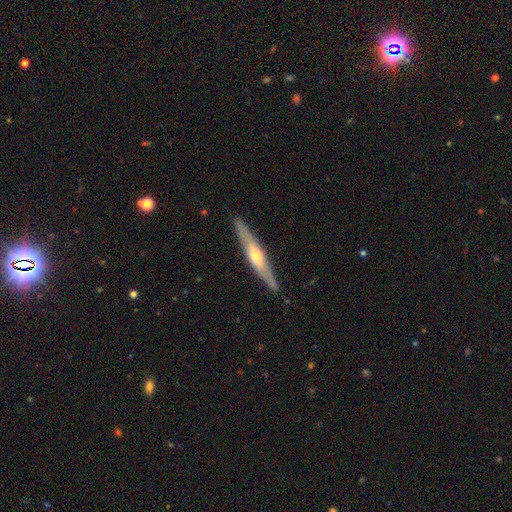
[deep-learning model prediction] This is likely a featured or disk galaxy (64%). It is clearly viewed edge-on (92%). Edge-on bulge: likely rounded (78%). Merging: clearly none (88%).